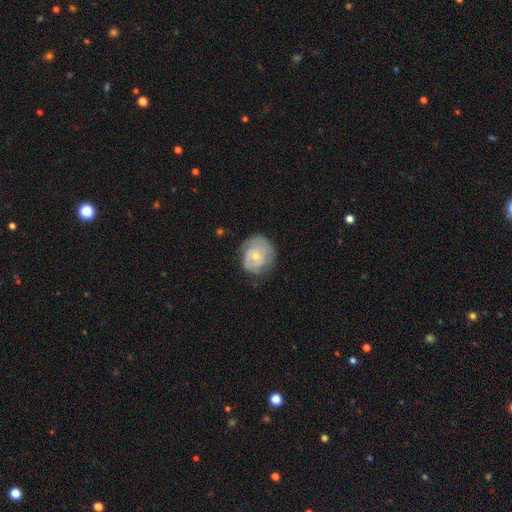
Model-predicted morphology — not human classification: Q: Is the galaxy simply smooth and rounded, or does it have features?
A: featured or disk — 57%.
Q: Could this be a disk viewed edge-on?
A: no — 97%.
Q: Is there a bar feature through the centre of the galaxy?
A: no — 80%.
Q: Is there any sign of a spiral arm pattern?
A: yes — 71%.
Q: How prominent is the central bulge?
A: small — 62%.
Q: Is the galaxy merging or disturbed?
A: none — 60%.